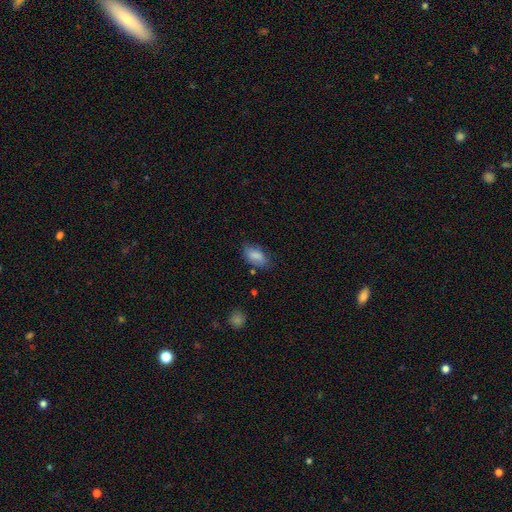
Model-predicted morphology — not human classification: Smooth or featured?
  - smooth: 83% *
  - featured or disk: 10%
  - star or artifact: 7%
How rounded?
  - in between: 91% *
  - cigar-shaped: 4%
  - round: 4%
Merging?
  - none: 69% *
  - minor disturbance: 23%
  - major disturbance: 5%
  - merger: 3%